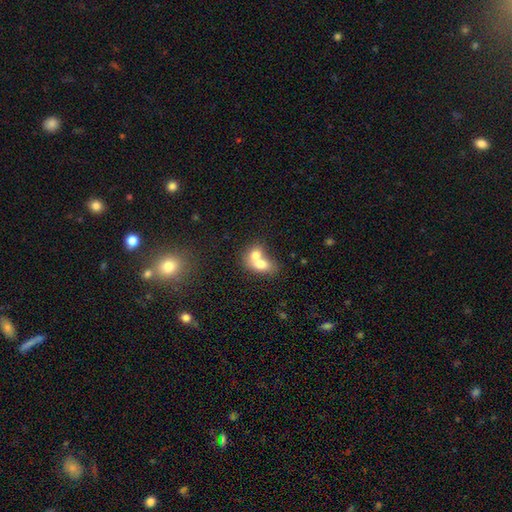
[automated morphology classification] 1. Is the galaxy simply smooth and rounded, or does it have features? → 71% smooth, 21% featured or disk, 8% star or artifact.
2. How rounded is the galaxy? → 67% in between, 31% round, 2% cigar-shaped.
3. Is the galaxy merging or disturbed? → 75% merger, 16% none, 5% minor disturbance, 3% major disturbance.